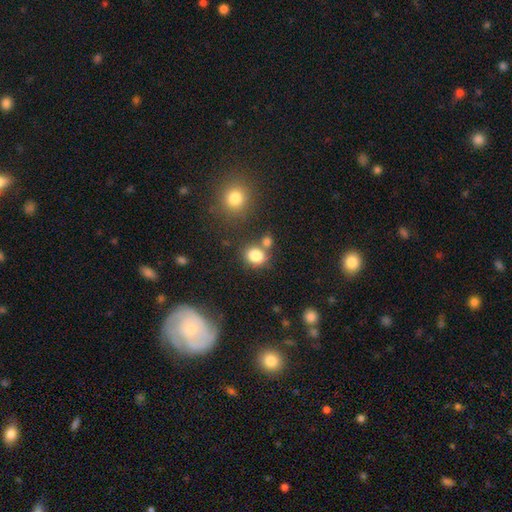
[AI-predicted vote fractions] Smooth or featured? Predicted: smooth (p=0.83). How rounded? Predicted: round (p=0.65). Merging? Predicted: none (p=0.63).